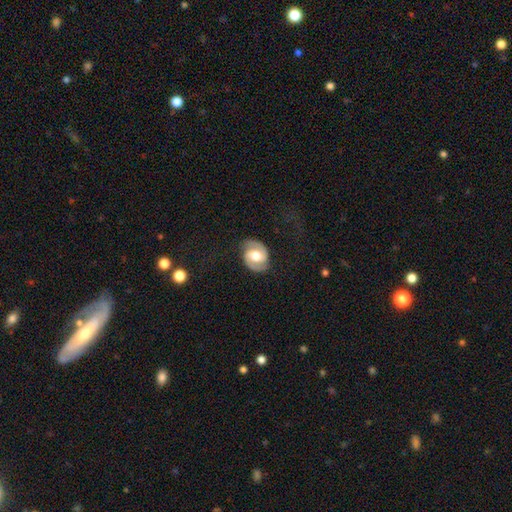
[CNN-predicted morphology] Smooth or featured? Predicted: featured or disk (p=0.79). Edge-on disk? Predicted: no (p=0.98). Bar? Predicted: no (p=0.42). Spiral arms? Predicted: yes (p=0.93). Spiral winding? Predicted: medium (p=0.48). Spiral arm count? Predicted: 2 (p=0.92). Bulge size? Predicted: moderate (p=0.67). Merging? Predicted: none (p=0.80).